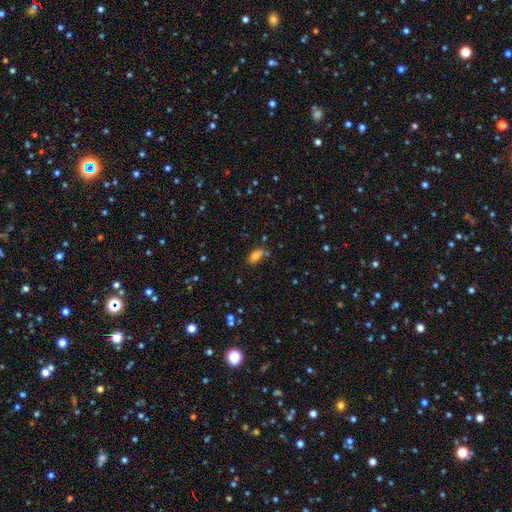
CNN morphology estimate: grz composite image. It shows a smooth galaxy with no disk features (80%) that is in between round and cigar-shaped (87%). Merging: none (56%).